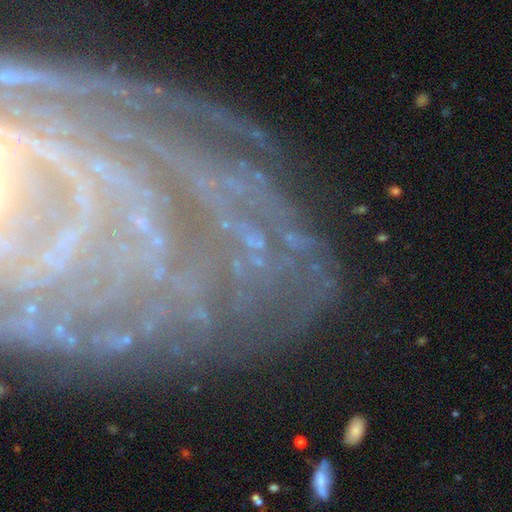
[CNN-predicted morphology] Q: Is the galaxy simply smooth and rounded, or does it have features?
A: featured or disk — 73%.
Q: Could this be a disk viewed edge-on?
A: no — 93%.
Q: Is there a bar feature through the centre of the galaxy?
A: no — 44%.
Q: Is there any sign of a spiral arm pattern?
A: yes — 86%.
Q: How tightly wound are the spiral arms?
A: tight — 74%.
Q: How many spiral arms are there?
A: can't tell — 34%.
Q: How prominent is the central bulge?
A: small — 51%.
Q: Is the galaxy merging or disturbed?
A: none — 72%.